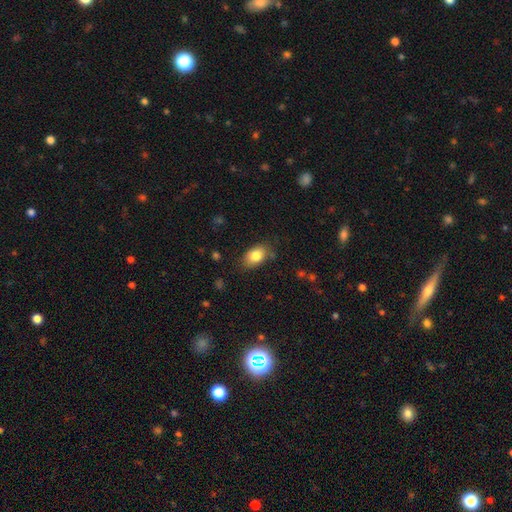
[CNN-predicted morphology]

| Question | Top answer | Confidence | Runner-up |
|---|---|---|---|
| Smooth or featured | smooth | 82% | featured or disk (10%) |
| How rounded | in between | 87% | round (11%) |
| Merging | none | 79% | minor disturbance (16%) |